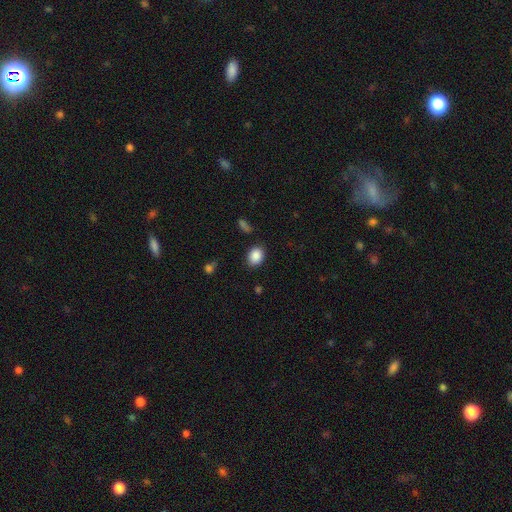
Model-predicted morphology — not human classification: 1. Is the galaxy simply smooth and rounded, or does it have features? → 88% smooth, 8% star or artifact, 4% featured or disk.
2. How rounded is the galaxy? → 66% in between, 33% round, 1% cigar-shaped.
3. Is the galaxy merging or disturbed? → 84% none, 11% minor disturbance, 3% major disturbance, 2% merger.